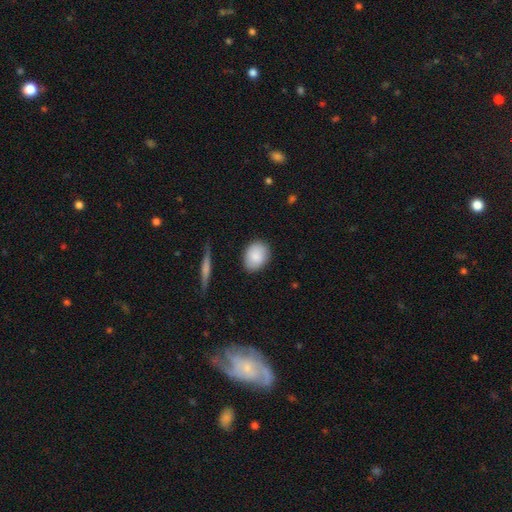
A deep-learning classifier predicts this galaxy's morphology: A smooth galaxy with no disk features (86%) that is in between round and cigar-shaped (66%). Merging: none (85%).